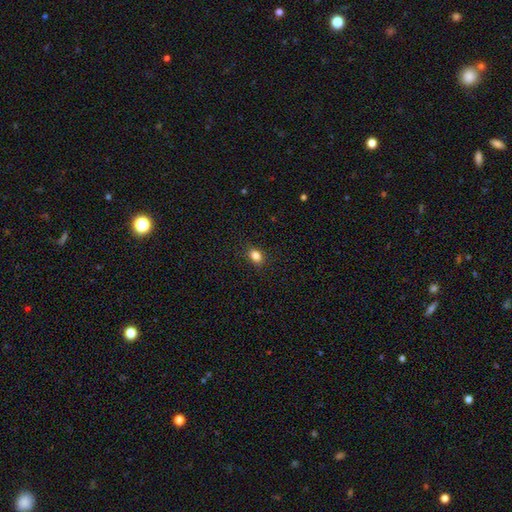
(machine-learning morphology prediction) This appears to be a smooth galaxy with no disk features (84%) that is in between round and cigar-shaped (67%). Merging: none (88%).